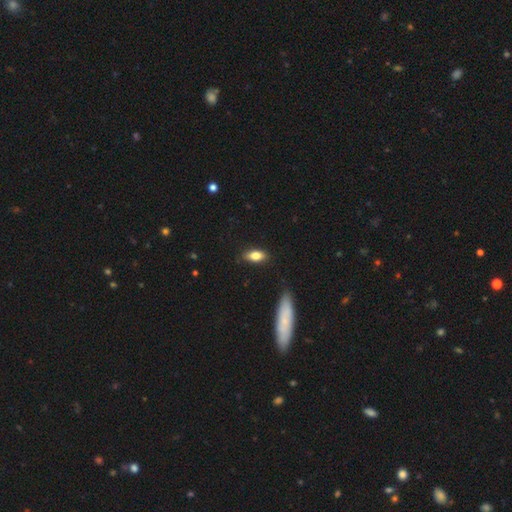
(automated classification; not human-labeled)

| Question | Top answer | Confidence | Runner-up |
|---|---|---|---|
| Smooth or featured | smooth | 79% | featured or disk (13%) |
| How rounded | in between | 86% | cigar-shaped (10%) |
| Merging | none | 84% | minor disturbance (12%) |